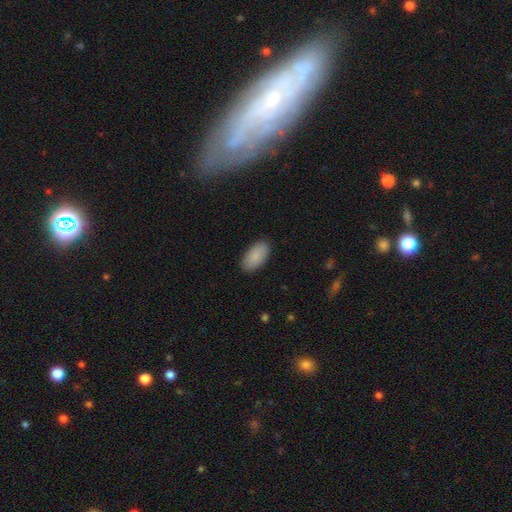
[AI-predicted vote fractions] A smooth galaxy with no disk features (89%) that is in between round and cigar-shaped (95%). Merging: none (89%).